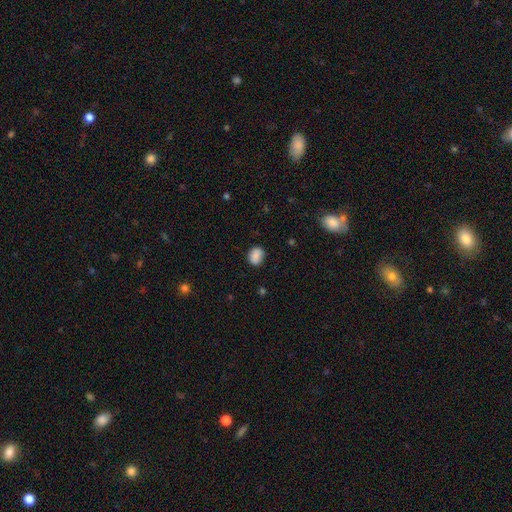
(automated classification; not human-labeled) smooth-or-featured: smooth: 86% | star or artifact: 9% | featured or disk: 5%
  how-rounded: in between: 53% | round: 46% | cigar-shaped: 1%
  merging: none: 79% | minor disturbance: 16% | major disturbance: 3% | merger: 2%